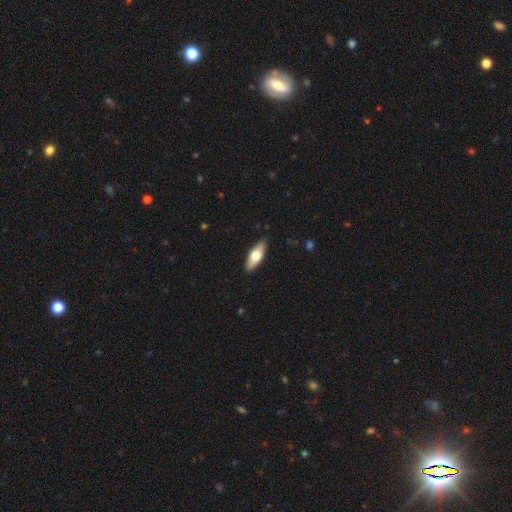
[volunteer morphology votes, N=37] Q: Smooth or featured?
A: smooth (51%); runner-up: featured or disk (41%)
Q: How rounded?
A: in between (74%); runner-up: cigar-shaped (26%)
Q: Merging?
A: none (88%); runner-up: minor disturbance (9%)